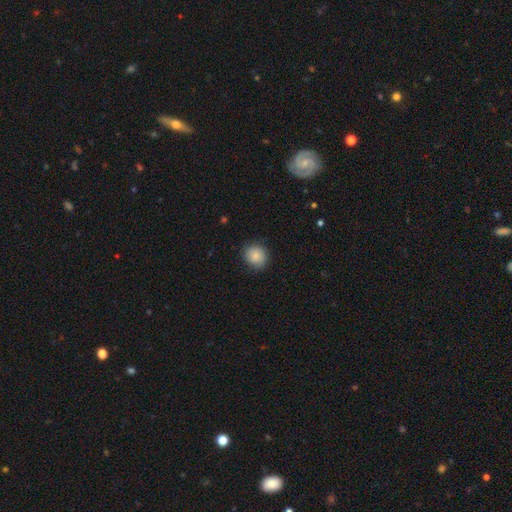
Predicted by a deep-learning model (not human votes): Q: Smooth or featured?
A: smooth (85%); runner-up: star or artifact (8%)
Q: How rounded?
A: round (79%); runner-up: in between (21%)
Q: Merging?
A: none (83%); runner-up: minor disturbance (13%)